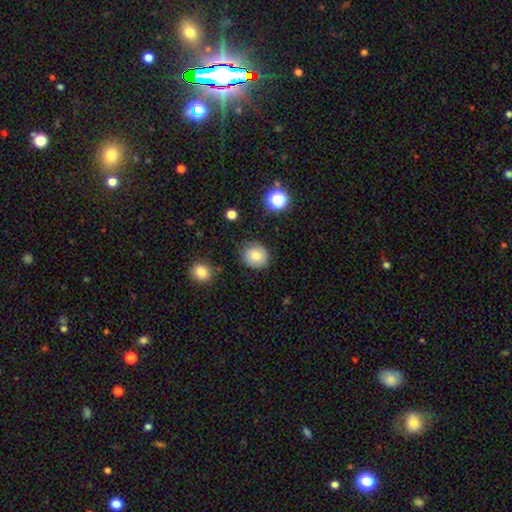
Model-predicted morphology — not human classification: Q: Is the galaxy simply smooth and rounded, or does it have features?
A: smooth — 80%.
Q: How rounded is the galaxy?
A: round — 83%.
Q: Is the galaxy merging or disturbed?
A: none — 82%.